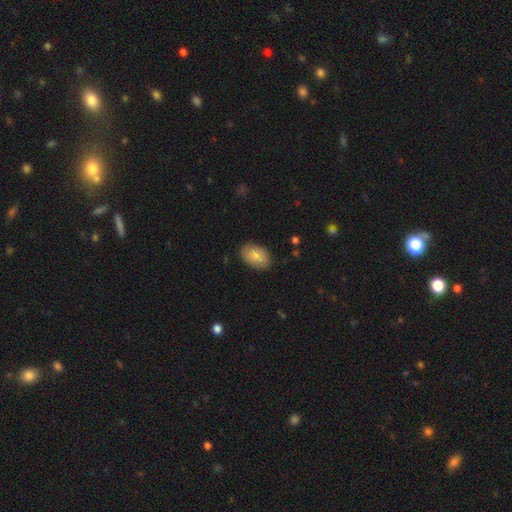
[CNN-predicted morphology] smooth_or_featured: smooth (p=0.81) [alt: featured or disk p=0.13]
how_rounded: in between (p=0.87) [alt: round p=0.12]
merging: none (p=0.83) [alt: minor disturbance p=0.13]